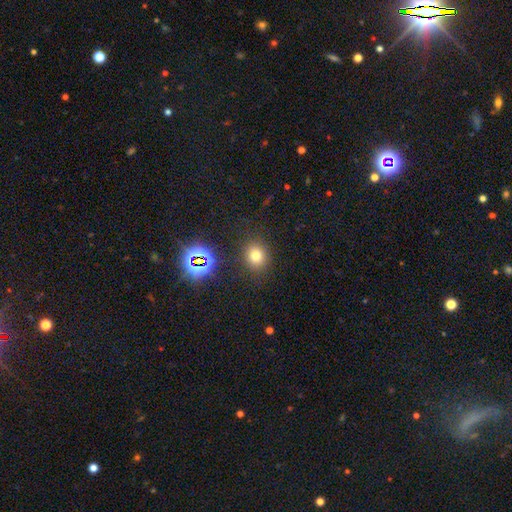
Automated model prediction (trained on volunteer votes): Smooth or featured: smooth — 73% (star or artifact — 19%)
How rounded: round — 76% (in between — 23%)
Merging: none — 86% (minor disturbance — 8%)